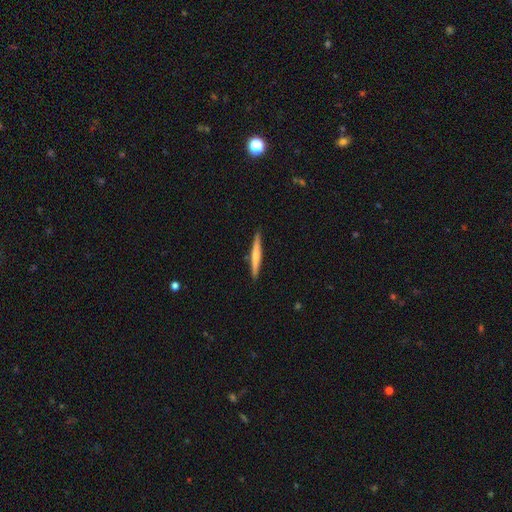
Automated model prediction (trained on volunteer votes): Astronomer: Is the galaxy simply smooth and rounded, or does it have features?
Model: smooth — 51% (runner-up: featured or disk, 43%).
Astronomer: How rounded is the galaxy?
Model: cigar-shaped — 95%.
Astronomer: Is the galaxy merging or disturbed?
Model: none — 90%.